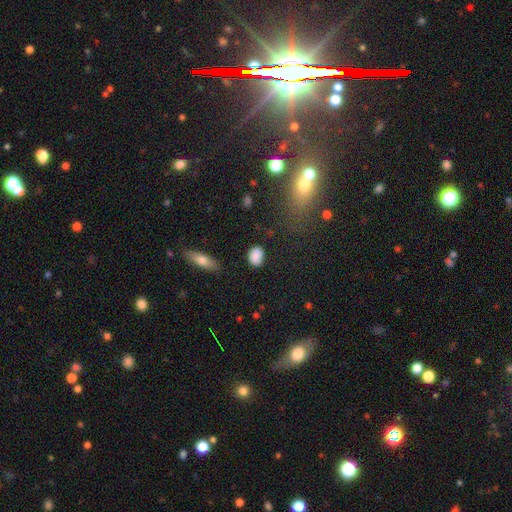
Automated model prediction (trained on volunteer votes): Smooth or featured: smooth — 86% (star or artifact — 8%)
How rounded: in between — 69% (round — 29%)
Merging: none — 78% (minor disturbance — 16%)